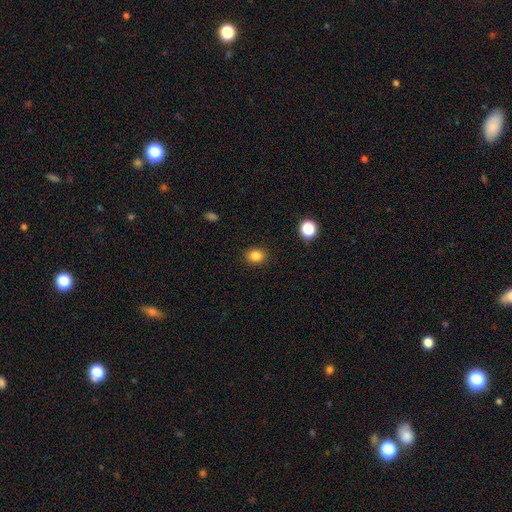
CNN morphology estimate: type=smooth (84%); roundness=round (53%); merging=none (88%).